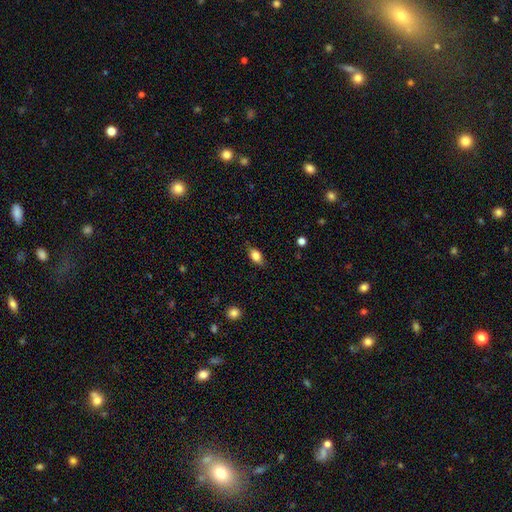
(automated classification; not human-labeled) This is clearly a smooth galaxy (81%). How rounded: clearly in between (84%). Merging: likely none (79%).